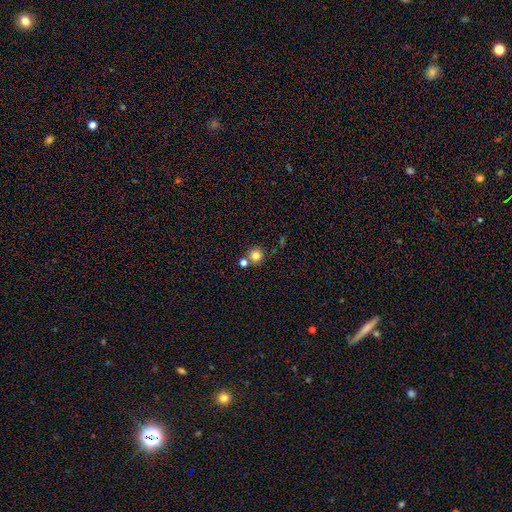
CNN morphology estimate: This appears to be a smooth galaxy with no disk features (81%) that is round (93%). Merging: none (72%).